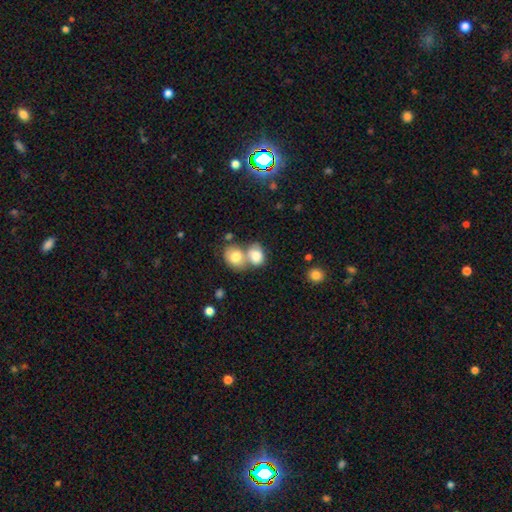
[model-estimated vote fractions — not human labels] smooth 80%, featured or disk 12%, star or artifact 8%. Down the decision tree: how rounded — in between (56%); merging — merger (62%).